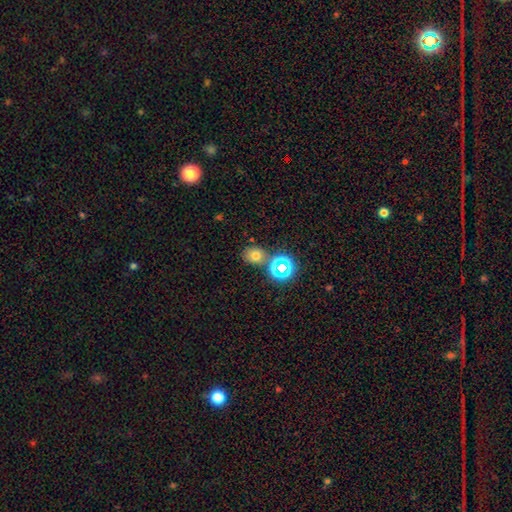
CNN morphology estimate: Smooth or featured?
  - smooth: 65% *
  - star or artifact: 26%
  - featured or disk: 9%
How rounded?
  - round: 61% *
  - in between: 38%
  - cigar-shaped: 1%
Merging?
  - none: 68% *
  - merger: 17%
  - minor disturbance: 11%
  - major disturbance: 4%